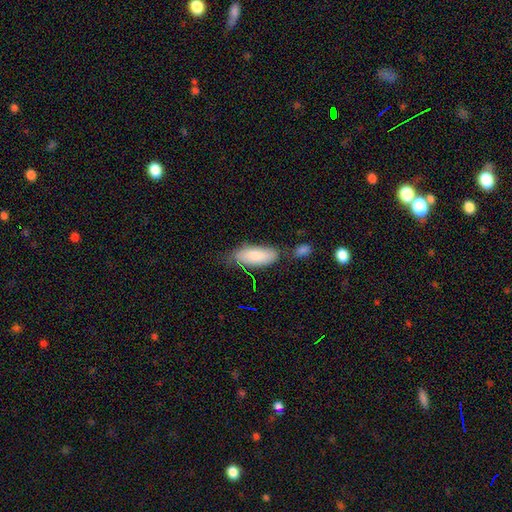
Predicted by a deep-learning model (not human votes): A smooth galaxy with no disk features (83%) that is in between round and cigar-shaped (80%).

Vote fractions:
- Smooth or featured? smooth: 83% / featured or disk: 11% / star or artifact: 6%
- How rounded? in between: 80% / cigar-shaped: 18% / round: 2%
- Merging? none: 60% / minor disturbance: 23% / merger: 11% / major disturbance: 6%